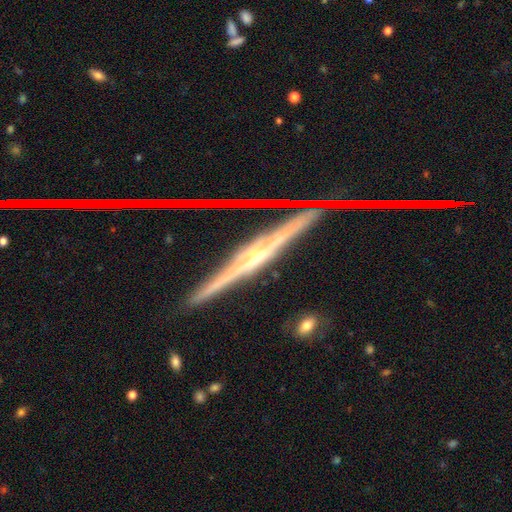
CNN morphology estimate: This appears to be a featured or disk galaxy (84%) viewed edge-on (98%) with a rounded central bulge (82%). Merging: none (87%).